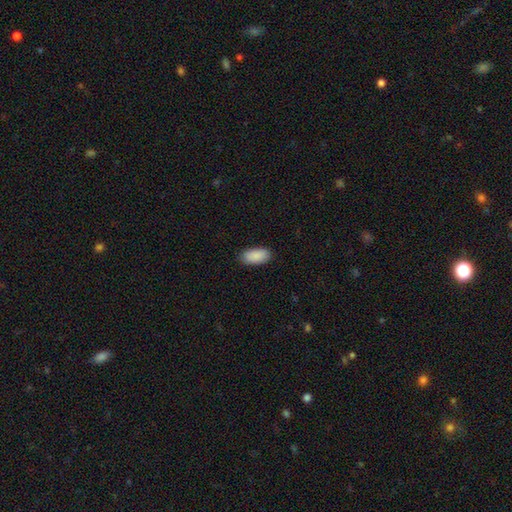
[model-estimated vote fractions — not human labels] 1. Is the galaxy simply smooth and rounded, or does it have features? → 90% smooth, 6% star or artifact, 4% featured or disk.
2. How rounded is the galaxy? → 94% in between, 4% cigar-shaped, 2% round.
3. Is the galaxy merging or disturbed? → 88% none, 9% minor disturbance, 2% major disturbance, 1% merger.